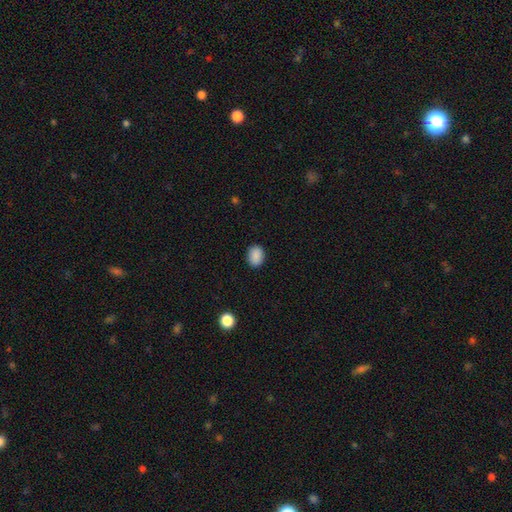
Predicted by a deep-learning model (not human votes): Overall: smooth (89%). How rounded: in between (67%; round 32%). Merging: none (89%).